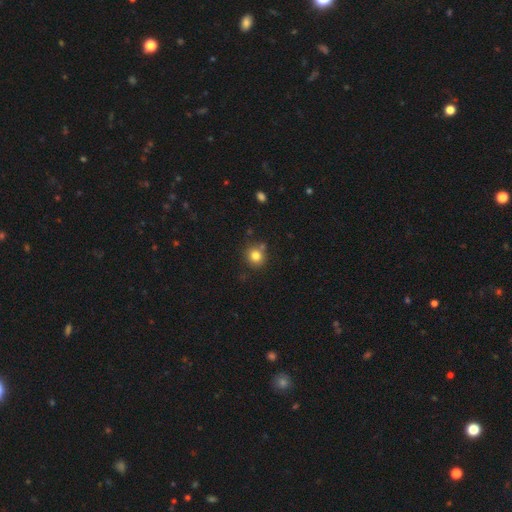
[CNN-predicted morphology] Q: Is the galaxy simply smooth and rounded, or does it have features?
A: smooth — 81%.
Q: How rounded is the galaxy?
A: round — 87%.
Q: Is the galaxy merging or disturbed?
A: none — 78%.